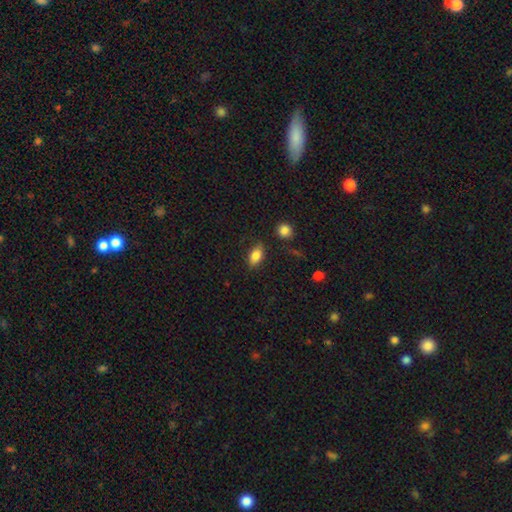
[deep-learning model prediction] This is clearly a smooth galaxy (82%). How rounded: clearly in between (86%). Merging: likely none (80%).